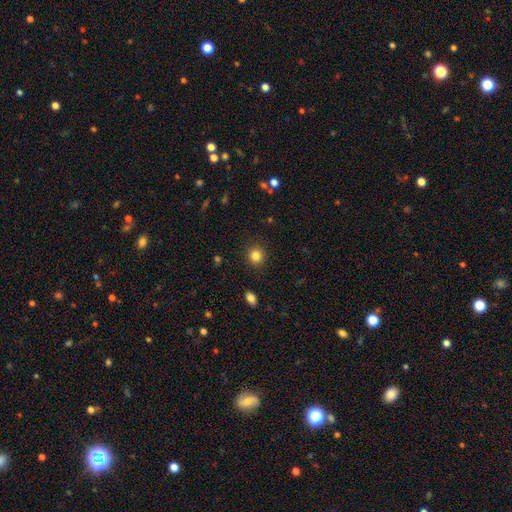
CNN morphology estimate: smooth_or_featured: smooth (p=0.83) [alt: star or artifact p=0.12]
how_rounded: round (p=0.89) [alt: in between p=0.10]
merging: none (p=0.91) [alt: minor disturbance p=0.06]